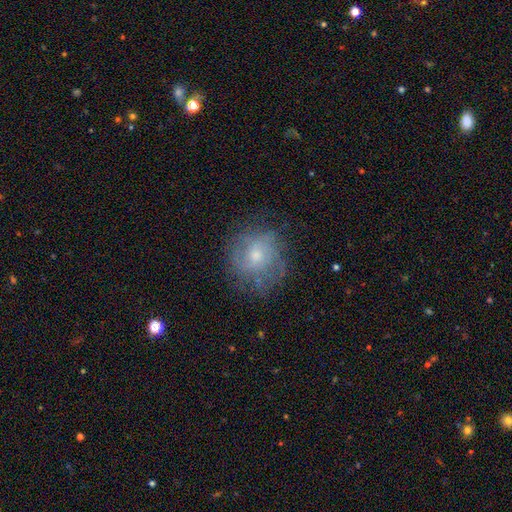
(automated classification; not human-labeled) featured or disk 51%, smooth 38%, star or artifact 11%. Down the decision tree: edge-on disk — no (97%); merging — none (67%).